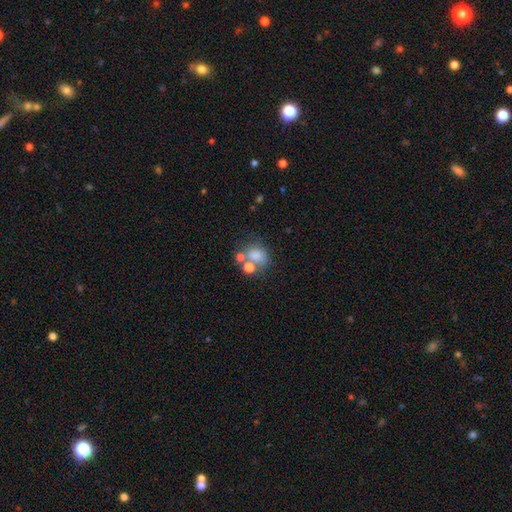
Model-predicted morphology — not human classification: Overall: smooth (70%). How rounded: round (54%; in between 45%). Merging: merger (38%, tied with none).